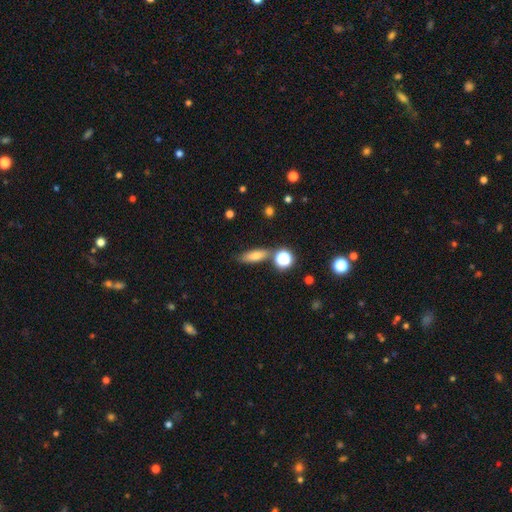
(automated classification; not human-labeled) A smooth galaxy with no disk features (74%) that is in between round and cigar-shaped (50%).

Vote fractions:
- Smooth or featured? smooth: 74% / featured or disk: 14% / star or artifact: 12%
- How rounded? in between: 50% / cigar-shaped: 42% / round: 8%
- Merging? none: 71% / minor disturbance: 14% / merger: 10% / major disturbance: 4%